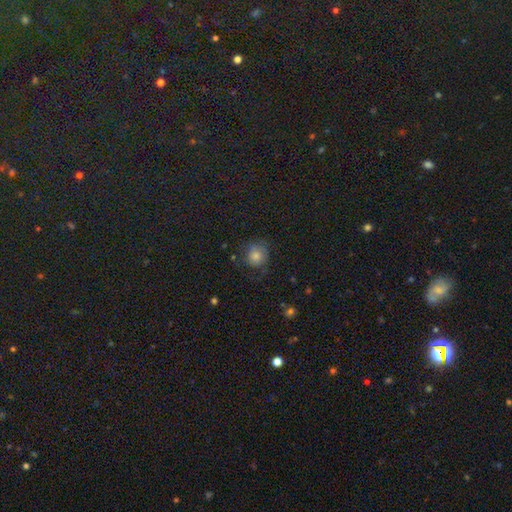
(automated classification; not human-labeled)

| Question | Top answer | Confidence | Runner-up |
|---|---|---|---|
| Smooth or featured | smooth | 60% | star or artifact (22%) |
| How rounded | round | 81% | in between (18%) |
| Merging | none | 65% | minor disturbance (21%) |